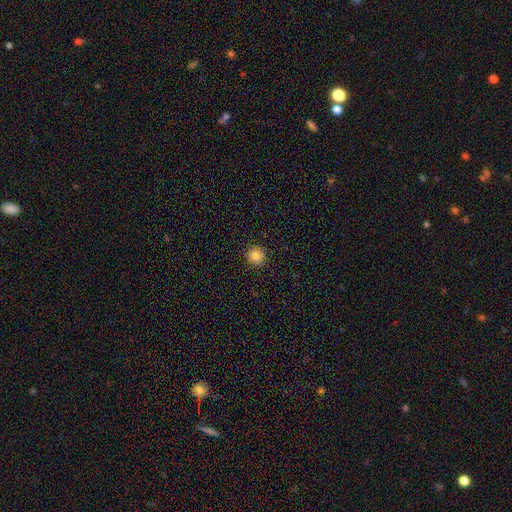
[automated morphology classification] This appears to be a smooth galaxy with no disk features (83%) that is round (95%). Merging: none (93%).